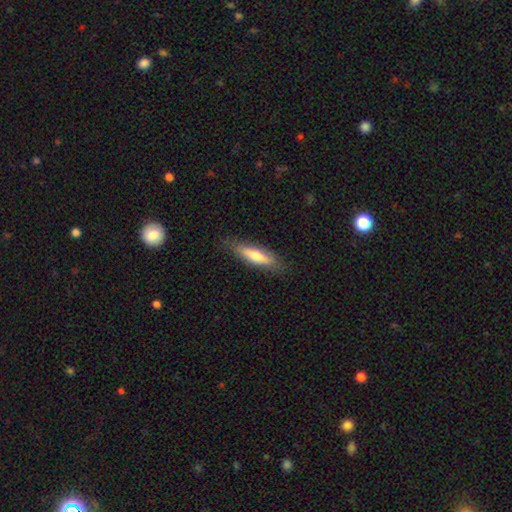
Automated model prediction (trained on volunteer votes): This appears to be a smooth galaxy with no disk features (59%) that is cigar-shaped (67%). Merging: none (82%).